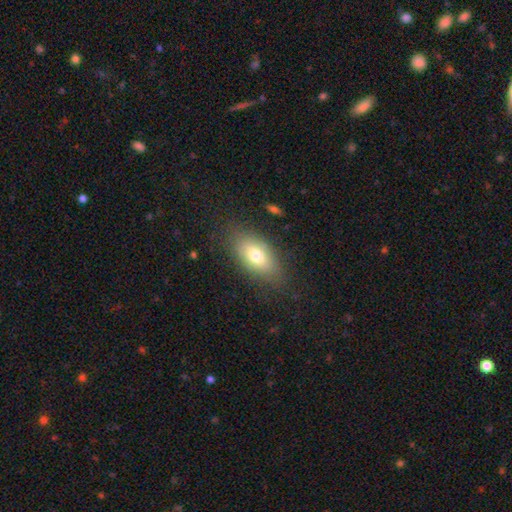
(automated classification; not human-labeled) A smooth galaxy with no disk features (71%) that is in between round and cigar-shaped (87%). Merging: none (79%).